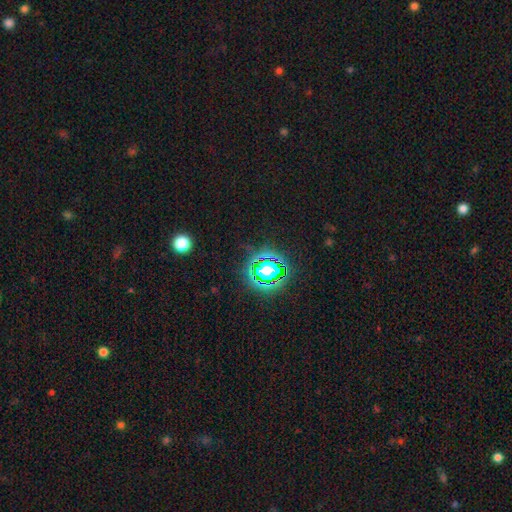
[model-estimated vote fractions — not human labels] A star or artifact, not a galaxy (80%).

Vote fractions:
- Smooth or featured? star or artifact: 80% / smooth: 14% / featured or disk: 6%